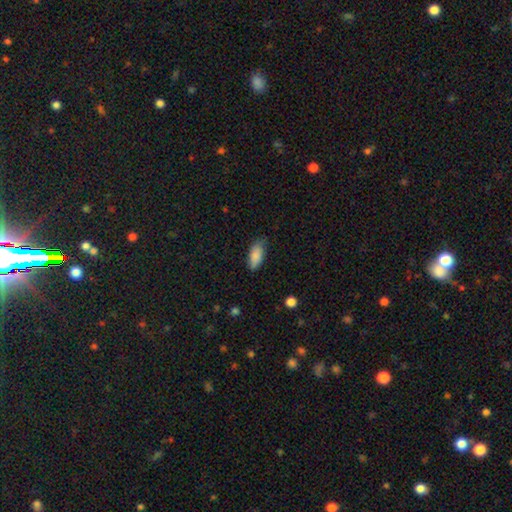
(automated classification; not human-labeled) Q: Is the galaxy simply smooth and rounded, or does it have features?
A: smooth — 86%.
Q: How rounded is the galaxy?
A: in between — 88%.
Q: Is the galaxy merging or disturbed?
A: none — 69%.